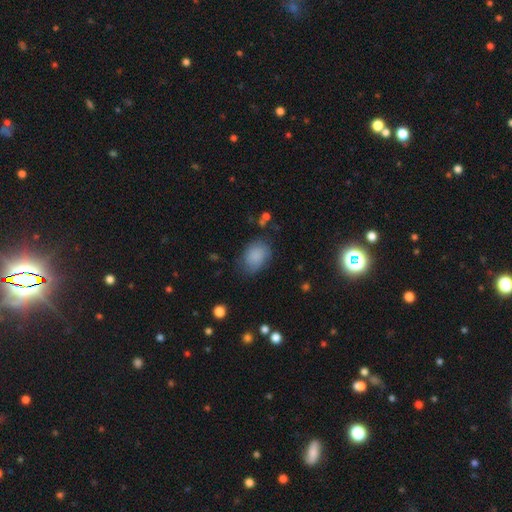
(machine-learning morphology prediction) Smooth or featured: smooth — 85% (star or artifact — 8%)
How rounded: in between — 73% (round — 25%)
Merging: none — 69% (minor disturbance — 22%)